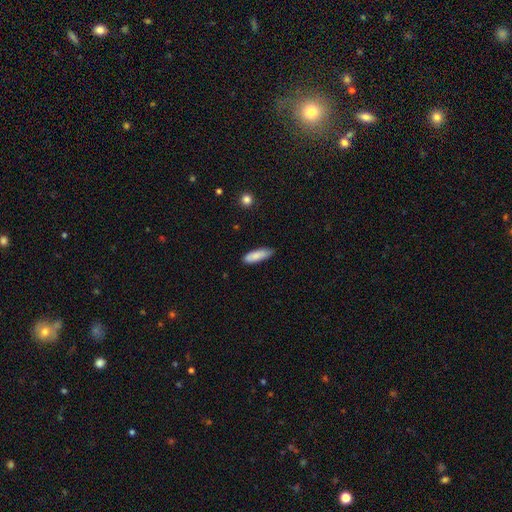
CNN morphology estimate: type=smooth (84%); roundness=in between (51%); merging=none (80%).